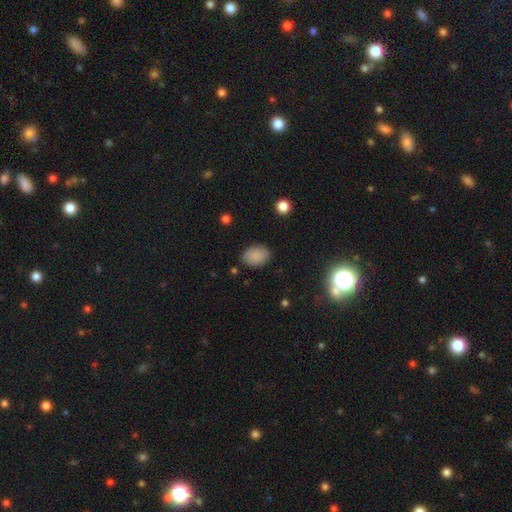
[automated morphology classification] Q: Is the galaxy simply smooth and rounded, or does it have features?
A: smooth — 87%.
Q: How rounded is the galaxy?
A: in between — 81%.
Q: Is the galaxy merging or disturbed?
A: none — 85%.